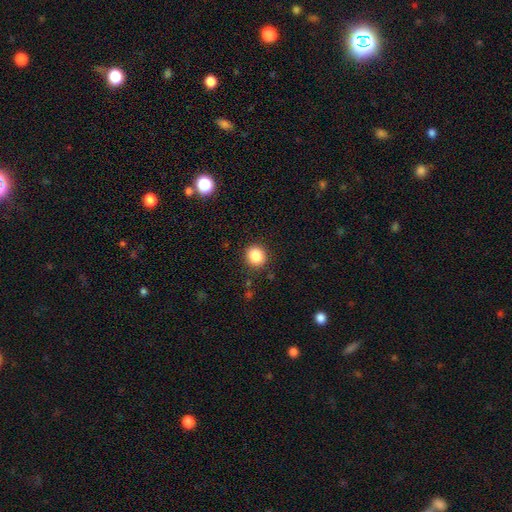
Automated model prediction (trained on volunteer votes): Overall: smooth (86%). How rounded: round (88%). Merging: none (89%).